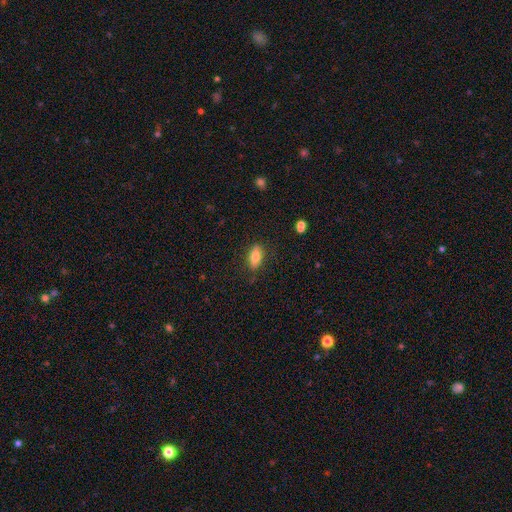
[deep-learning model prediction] Morphology: type=smooth (75%); roundness=in between (78%); merging=none (83%).